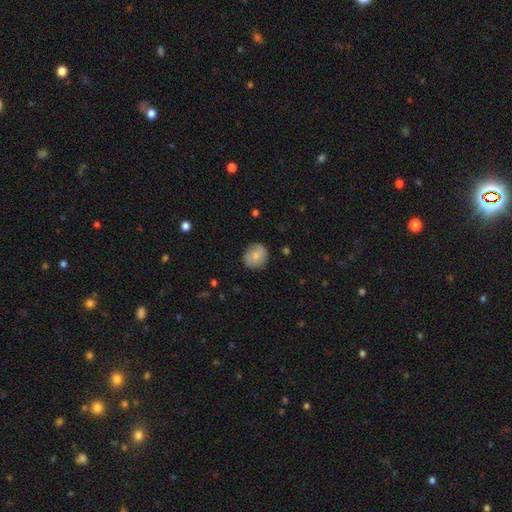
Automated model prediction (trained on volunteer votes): smooth_or_featured: smooth (p=0.78) [alt: featured or disk p=0.15]
how_rounded: round (p=0.82) [alt: in between p=0.17]
merging: none (p=0.82) [alt: minor disturbance p=0.13]